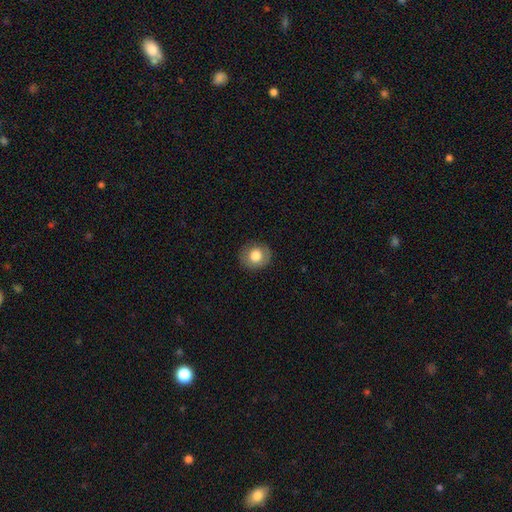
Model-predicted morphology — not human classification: smooth_or_featured: smooth (p=0.76) [alt: featured or disk p=0.16]
how_rounded: round (p=0.85) [alt: in between p=0.14]
merging: none (p=0.86) [alt: minor disturbance p=0.10]